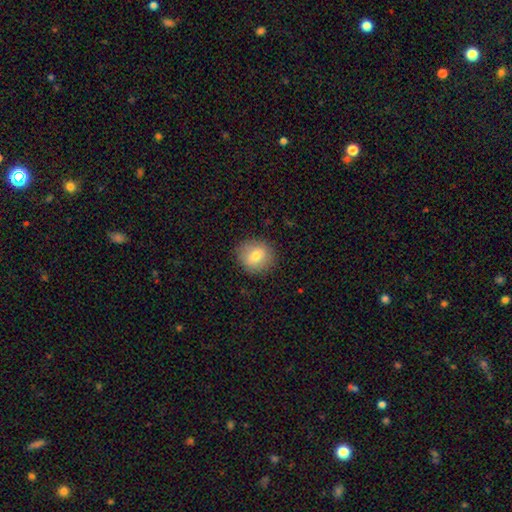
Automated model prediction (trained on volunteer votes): Morphology: type=smooth (75%); roundness=round (83%); merging=none (86%).